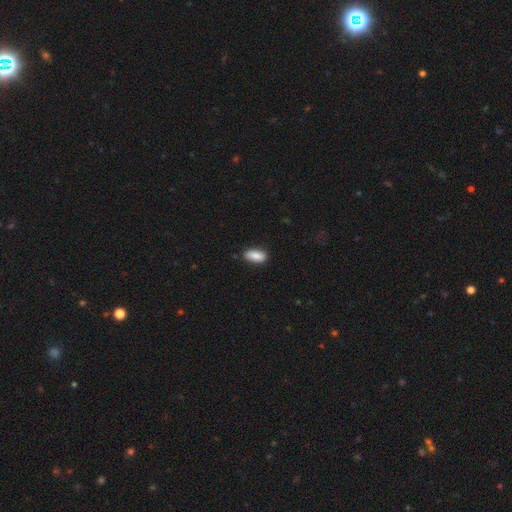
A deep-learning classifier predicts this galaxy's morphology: Overall: smooth (87%). How rounded: in between (87%). Merging: none (84%).